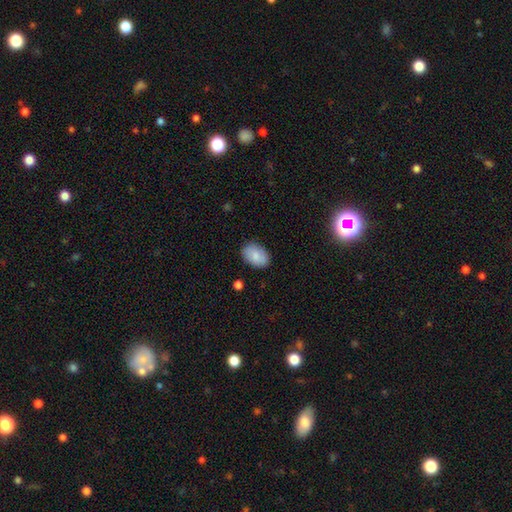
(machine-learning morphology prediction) smooth-or-featured: smooth: 85% | featured or disk: 9% | star or artifact: 6%
  how-rounded: in between: 88% | round: 10% | cigar-shaped: 1%
  merging: none: 86% | minor disturbance: 11% | major disturbance: 2% | merger: 1%